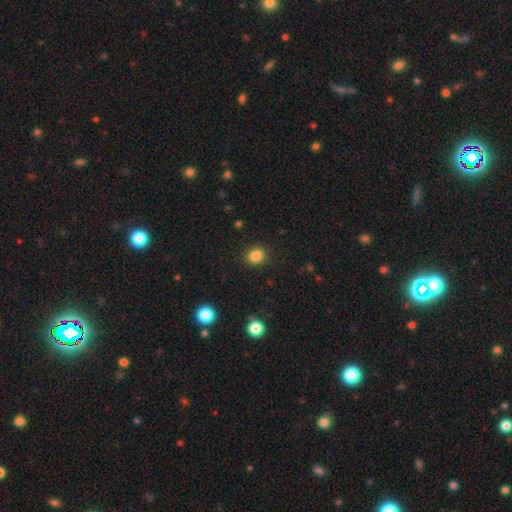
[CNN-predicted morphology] This is clearly a smooth galaxy (85%). How rounded: likely round (67%). Merging: clearly none (89%).